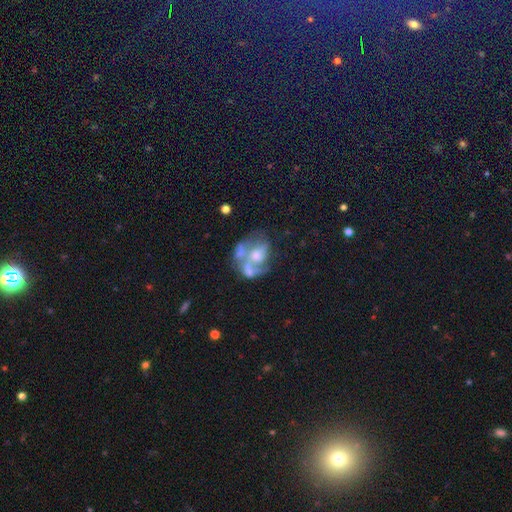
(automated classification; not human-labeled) Q: Smooth or featured?
A: featured or disk (66%); runner-up: smooth (23%)
Q: Edge-on disk?
A: no (98%); runner-up: yes (2%)
Q: Bar?
A: no (80%); runner-up: weak (15%)
Q: Spiral arms?
A: no (59%); runner-up: yes (41%)
Q: Bulge size?
A: moderate (45%); runner-up: small (20%)
Q: Merging?
A: merger (37%); runner-up: major disturbance (25%)